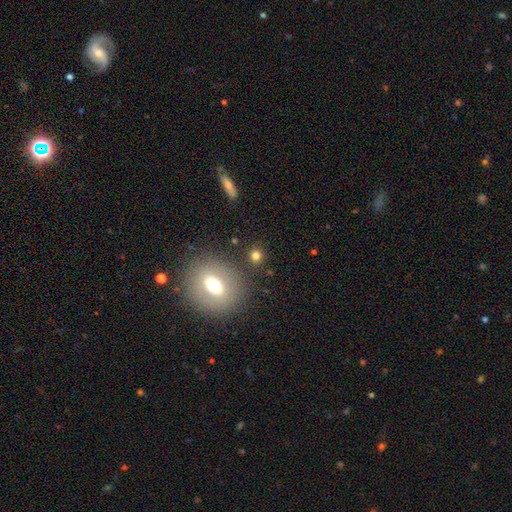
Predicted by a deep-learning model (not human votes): A smooth galaxy with no disk features (76%) that is round (83%). Merging: none (83%).